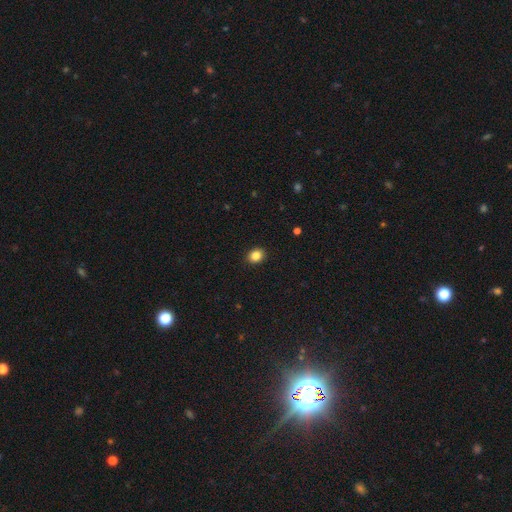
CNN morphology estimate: smooth-or-featured: smooth: 85% | star or artifact: 10% | featured or disk: 5%
  how-rounded: round: 60% | in between: 40% | cigar-shaped: 1%
  merging: none: 91% | minor disturbance: 6% | major disturbance: 2% | merger: 1%